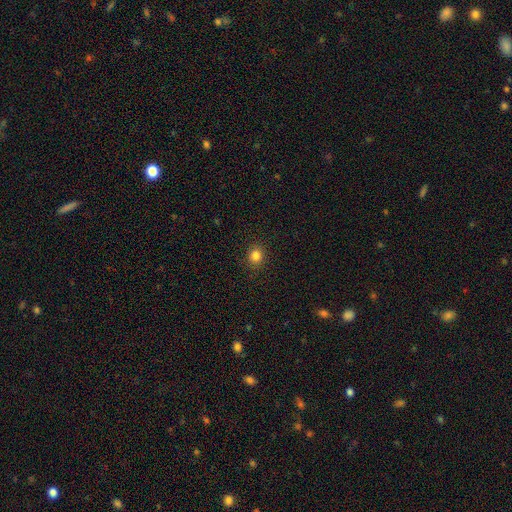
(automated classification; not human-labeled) A smooth galaxy with no disk features (83%) that is round (81%). Merging: none (91%).